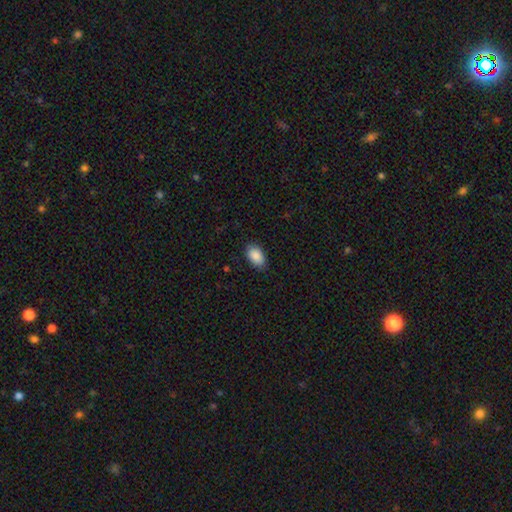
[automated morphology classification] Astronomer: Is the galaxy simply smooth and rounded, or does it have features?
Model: smooth — 90%.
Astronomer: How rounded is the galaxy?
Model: in between — 91%.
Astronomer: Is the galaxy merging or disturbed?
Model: none — 85%.